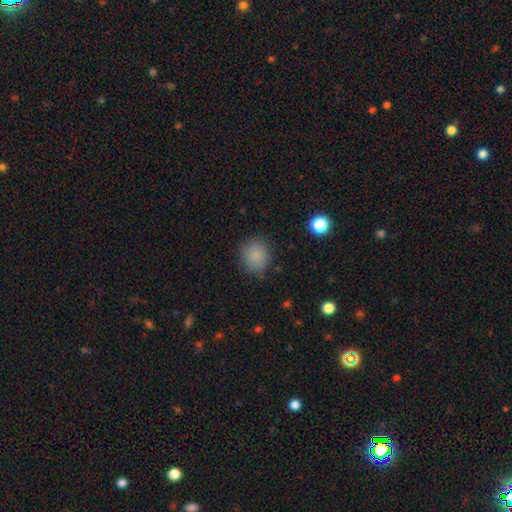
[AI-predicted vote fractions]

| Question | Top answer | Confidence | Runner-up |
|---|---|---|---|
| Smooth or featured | smooth | 85% | star or artifact (10%) |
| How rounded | round | 79% | in between (20%) |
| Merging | none | 83% | minor disturbance (12%) |